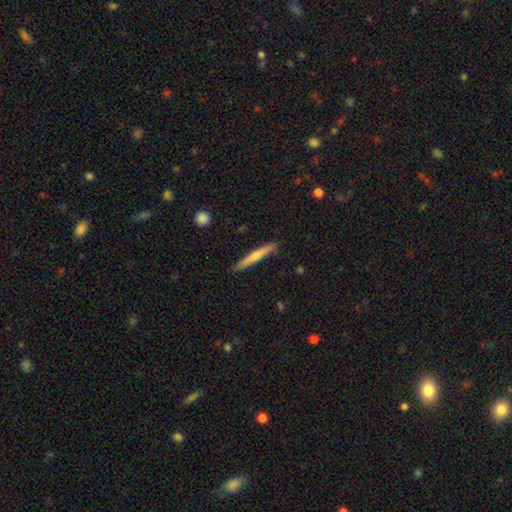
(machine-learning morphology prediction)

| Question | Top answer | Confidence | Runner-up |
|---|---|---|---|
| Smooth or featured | smooth | 58% | featured or disk (37%) |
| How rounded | cigar-shaped | 96% | in between (3%) |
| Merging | none | 88% | minor disturbance (9%) |